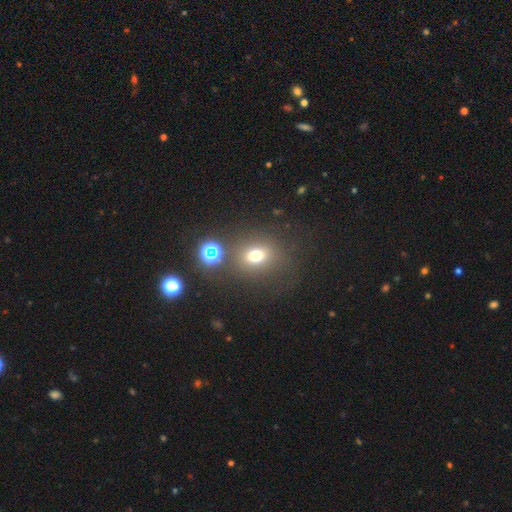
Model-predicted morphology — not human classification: This appears to be a smooth galaxy with no disk features (69%) that is round (62%). Merging: none (73%).